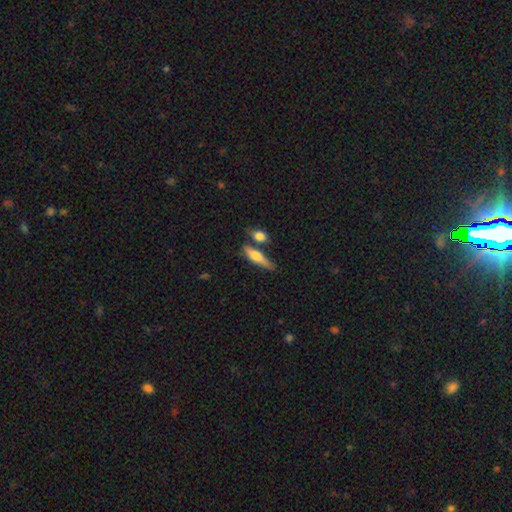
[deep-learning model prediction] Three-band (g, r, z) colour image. It shows a smooth galaxy with no disk features (60%) that is cigar-shaped (65%). Merging: none (60%).